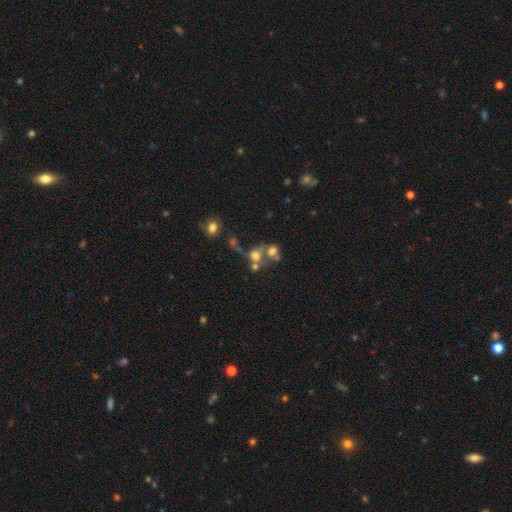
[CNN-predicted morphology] Smooth or featured?
  - smooth: 59% *
  - featured or disk: 24%
  - star or artifact: 17%
How rounded?
  - round: 71% *
  - in between: 28%
  - cigar-shaped: 2%
Merging?
  - merger: 54% *
  - none: 27%
  - major disturbance: 10%
  - minor disturbance: 8%